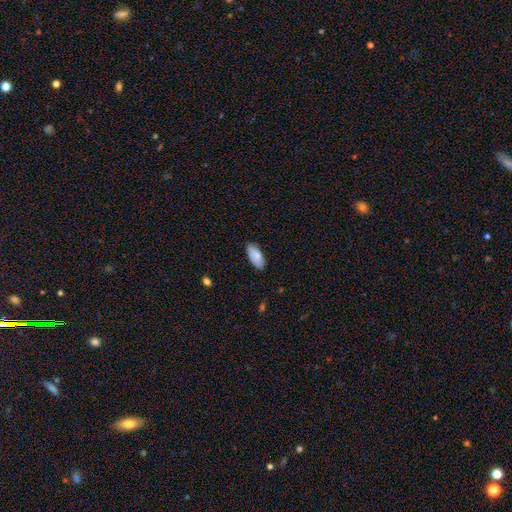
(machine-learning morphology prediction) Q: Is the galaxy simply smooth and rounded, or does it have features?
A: smooth — 83%.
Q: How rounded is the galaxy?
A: in between — 90%.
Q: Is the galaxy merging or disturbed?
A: none — 84%.